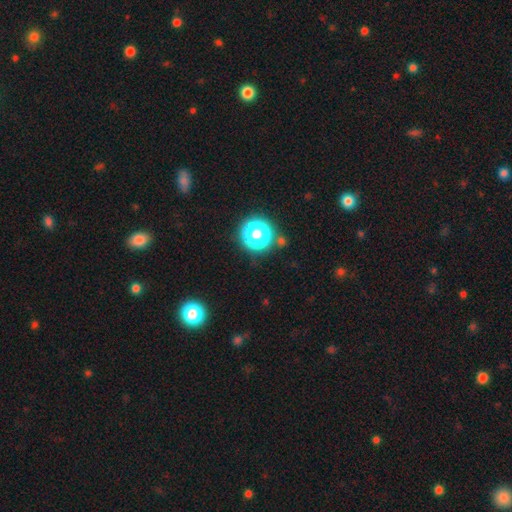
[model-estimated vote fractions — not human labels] The model was most divided on "smooth or featured": star or artifact: 70%, smooth: 24%, featured or disk: 6%.